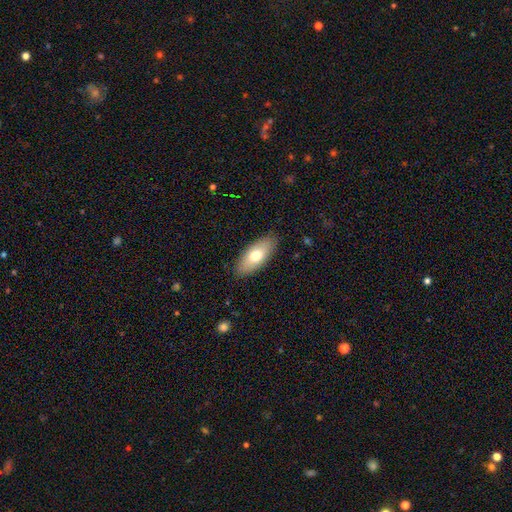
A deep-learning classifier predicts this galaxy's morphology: Smooth or featured?
  - smooth: 70% *
  - featured or disk: 24%
  - star or artifact: 6%
How rounded?
  - in between: 84% *
  - cigar-shaped: 13%
  - round: 3%
Merging?
  - none: 87% *
  - minor disturbance: 10%
  - major disturbance: 2%
  - merger: 1%